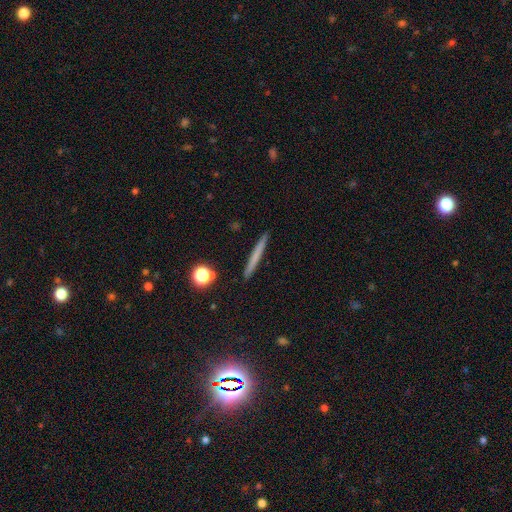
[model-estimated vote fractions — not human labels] Smooth or featured? smooth (61%)
How rounded? cigar-shaped (96%)
Merging? none (91%)